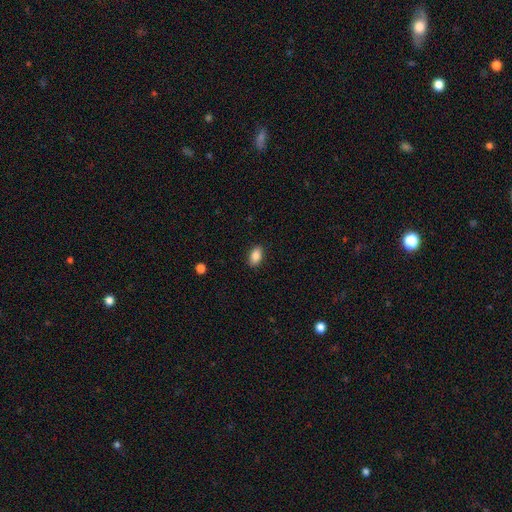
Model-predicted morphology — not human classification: Smooth or featured: smooth — 87% (star or artifact — 8%)
How rounded: in between — 91% (round — 7%)
Merging: none — 89% (minor disturbance — 8%)